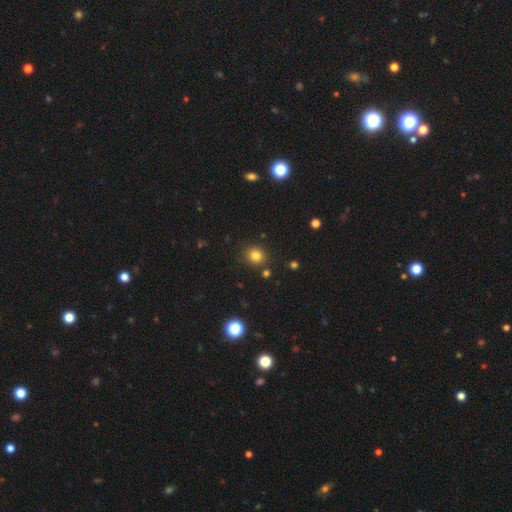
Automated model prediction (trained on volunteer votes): Q: Smooth or featured?
A: smooth (81%); runner-up: star or artifact (13%)
Q: How rounded?
A: round (81%); runner-up: in between (18%)
Q: Merging?
A: none (85%); runner-up: minor disturbance (9%)